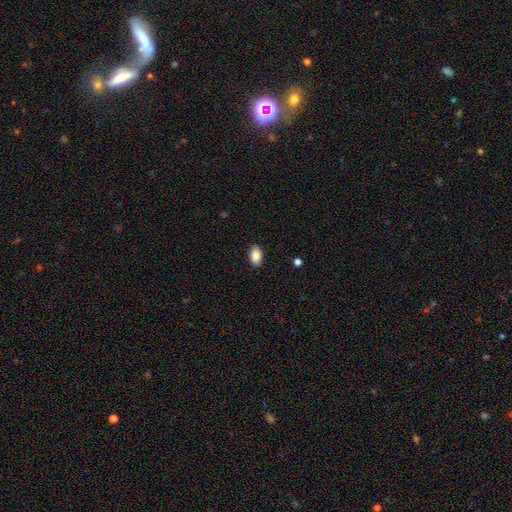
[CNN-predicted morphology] Smooth or featured: smooth — 90% (star or artifact — 7%)
How rounded: in between — 92% (round — 6%)
Merging: none — 89% (minor disturbance — 8%)